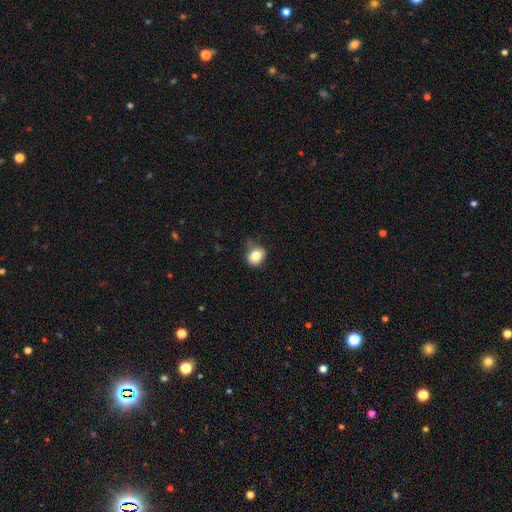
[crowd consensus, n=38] A smooth galaxy with no disk features (84%) that is round (59%).

Vote fractions:
- Smooth or featured? smooth: 84% / featured or disk: 8% / star or artifact: 8%
- How rounded? round: 59% / in between: 38% / cigar-shaped: 3%
- Merging? none: 60% / minor disturbance: 34% / major disturbance: 3% / merger: 3%